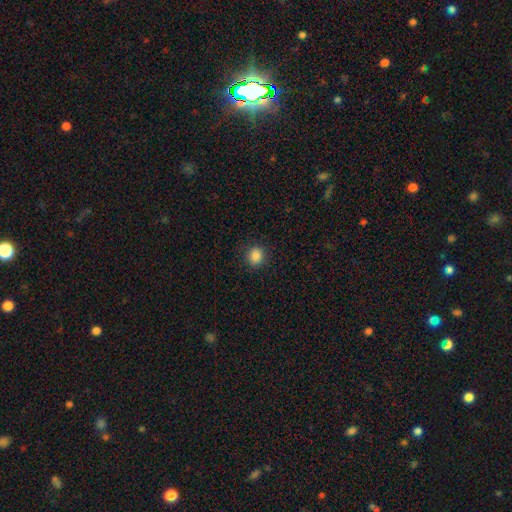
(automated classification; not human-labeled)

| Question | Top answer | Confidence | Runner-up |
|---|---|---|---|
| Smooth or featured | smooth | 86% | star or artifact (11%) |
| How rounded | round | 83% | in between (16%) |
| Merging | none | 90% | minor disturbance (7%) |